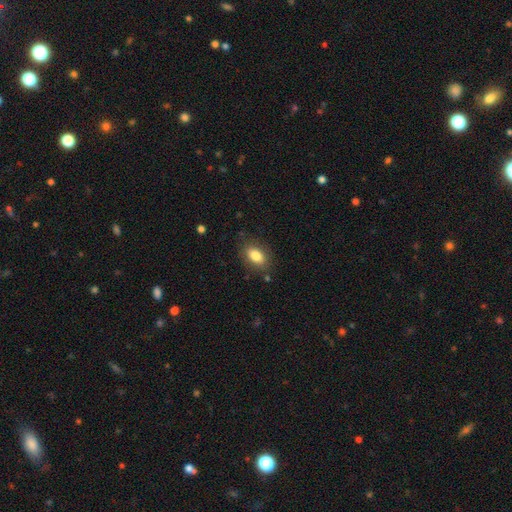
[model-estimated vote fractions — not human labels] smooth_or_featured: smooth (p=0.84) [alt: star or artifact p=0.08]
how_rounded: in between (p=0.87) [alt: round p=0.11]
merging: none (p=0.84) [alt: minor disturbance p=0.11]